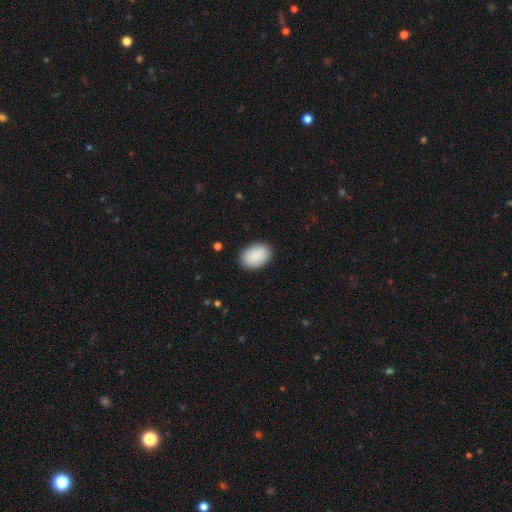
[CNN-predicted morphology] A smooth galaxy with no disk features (88%) that is in between round and cigar-shaped (82%).

Vote fractions:
- Smooth or featured? smooth: 88% / star or artifact: 6% / featured or disk: 6%
- How rounded? in between: 82% / round: 17% / cigar-shaped: 1%
- Merging? none: 87% / minor disturbance: 10% / major disturbance: 2% / merger: 1%